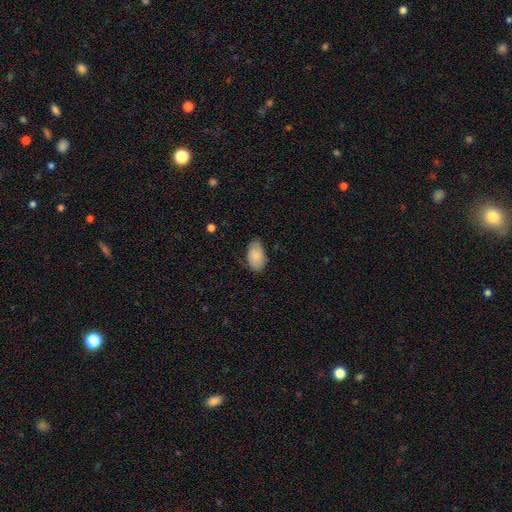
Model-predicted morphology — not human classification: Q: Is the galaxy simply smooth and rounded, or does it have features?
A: smooth — 85%.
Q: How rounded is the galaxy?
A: in between — 94%.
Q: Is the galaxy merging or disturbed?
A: none — 74%.